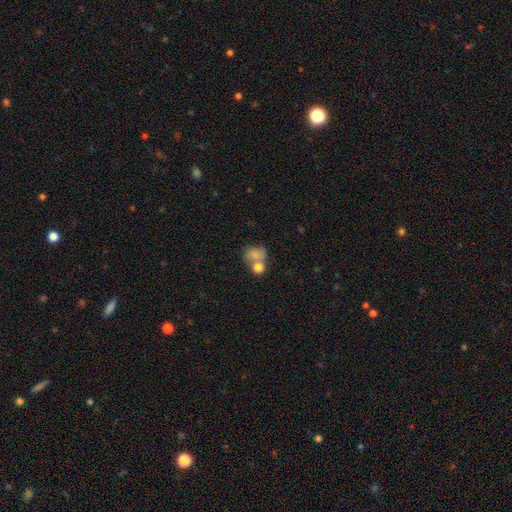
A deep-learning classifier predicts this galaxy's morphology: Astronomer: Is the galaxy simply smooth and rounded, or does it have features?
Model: smooth — 69%.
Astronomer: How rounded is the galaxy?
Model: in between — 49%, tied with round at 49%.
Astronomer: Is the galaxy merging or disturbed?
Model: merger — 57%.